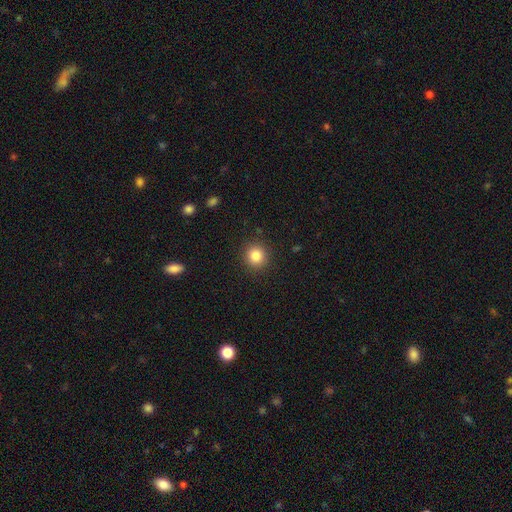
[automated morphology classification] This is clearly a smooth galaxy (84%). How rounded: clearly round (91%). Merging: clearly none (91%).